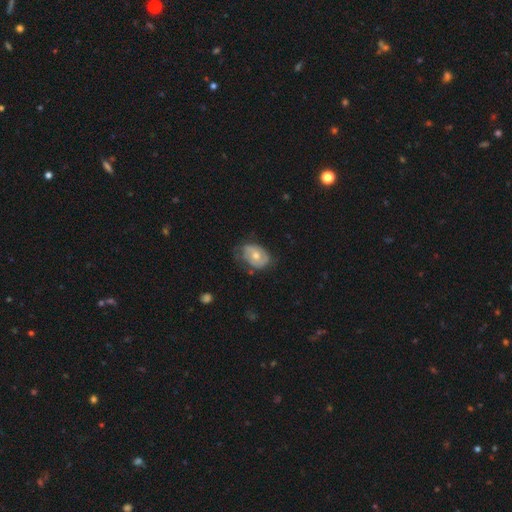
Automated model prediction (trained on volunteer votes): Smooth or featured: featured or disk — 55% (smooth — 38%)
Edge-on disk: no — 96% (yes — 4%)
Bar: no — 75% (weak — 21%)
Spiral arms: yes — 61% (no — 39%)
Bulge size: moderate — 67% (small — 28%)
Merging: none — 51% (minor disturbance — 33%)